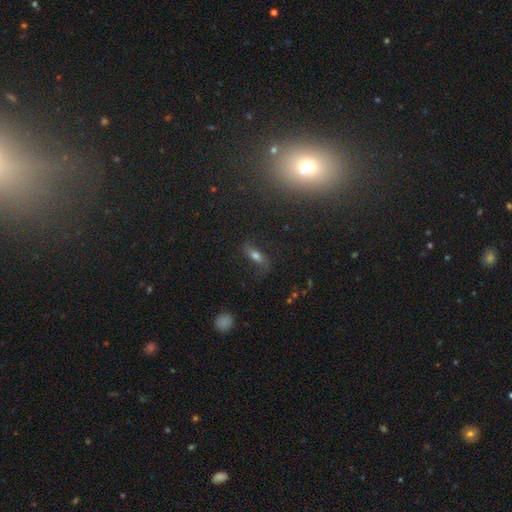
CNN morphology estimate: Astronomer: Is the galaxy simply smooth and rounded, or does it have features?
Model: smooth — 55%.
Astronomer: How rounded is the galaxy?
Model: in between — 62%.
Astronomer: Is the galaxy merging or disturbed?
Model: none — 74%.